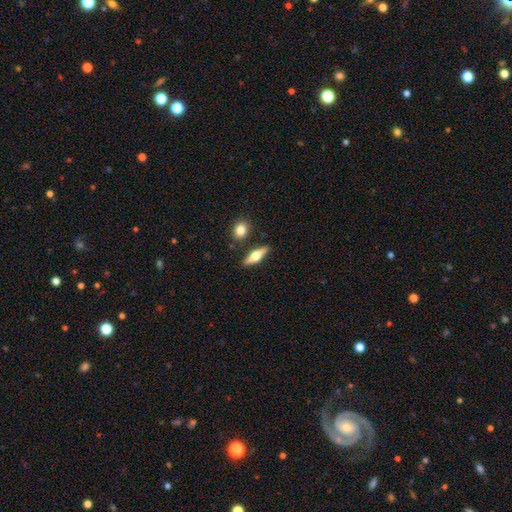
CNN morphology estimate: Smooth or featured? featured or disk (47%, tied with smooth)
Merging? none (83%)